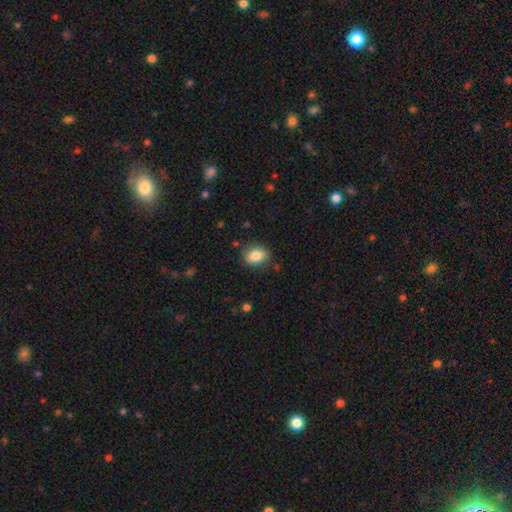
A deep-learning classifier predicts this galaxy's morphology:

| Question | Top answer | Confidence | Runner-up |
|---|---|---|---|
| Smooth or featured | smooth | 85% | star or artifact (8%) |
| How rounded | in between | 59% | round (40%) |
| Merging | none | 85% | minor disturbance (11%) |